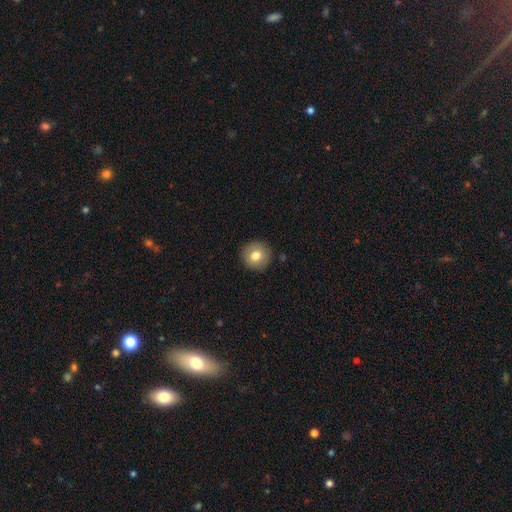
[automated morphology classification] Smooth or featured? smooth (78%)
How rounded? round (94%)
Merging? none (90%)